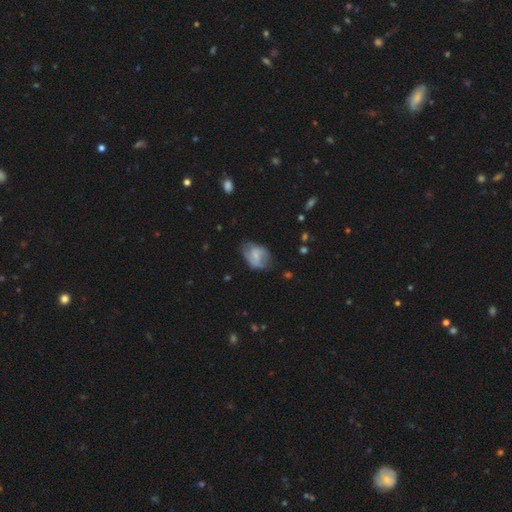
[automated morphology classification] smooth_or_featured: smooth (p=0.48) [alt: featured or disk p=0.45]
merging: none (p=0.52) [alt: minor disturbance p=0.32]